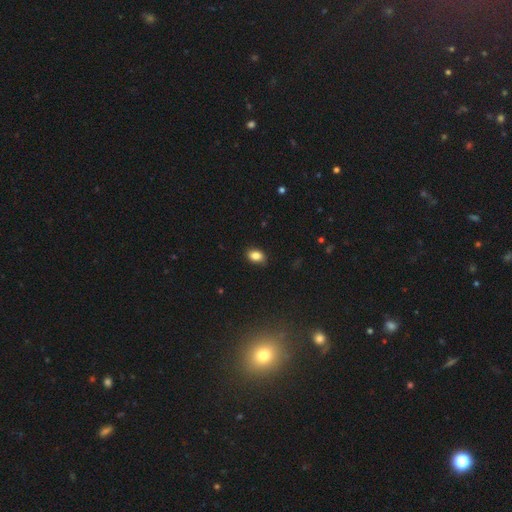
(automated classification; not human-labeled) Smooth or featured? smooth (85%)
How rounded? in between (83%)
Merging? none (86%)